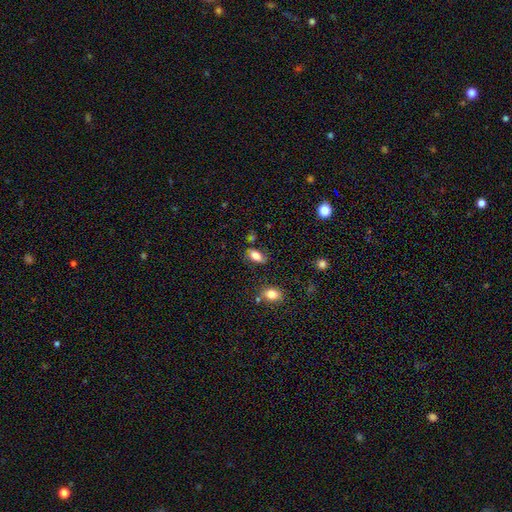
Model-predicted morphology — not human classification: smooth_or_featured: smooth (p=0.78) [alt: featured or disk p=0.12]
how_rounded: in between (p=0.89) [alt: round p=0.06]
merging: none (p=0.67) [alt: minor disturbance p=0.22]